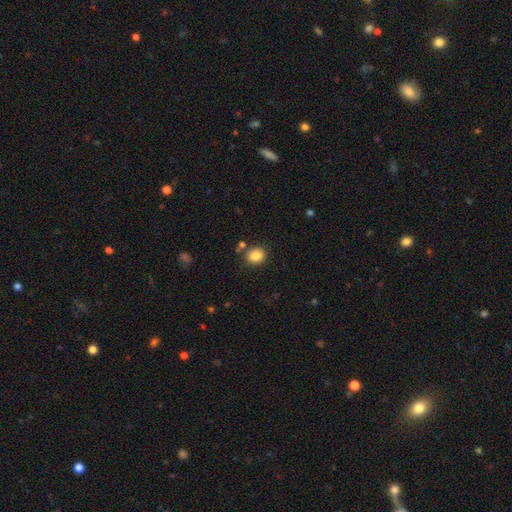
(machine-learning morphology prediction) smooth 86%, star or artifact 9%, featured or disk 5%. Down the decision tree: how rounded — round (63%); merging — none (80%).